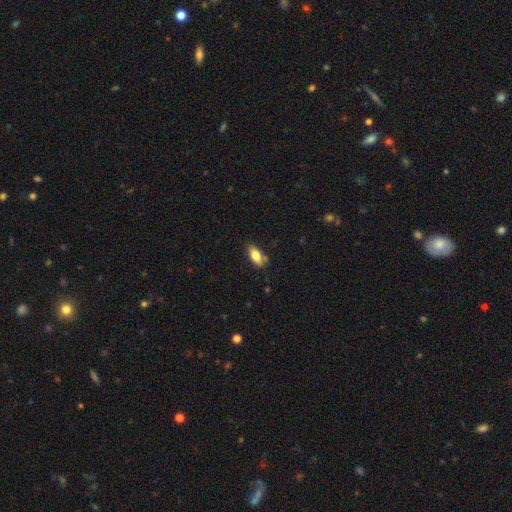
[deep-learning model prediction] This is likely a smooth galaxy (72%). How rounded: clearly in between (82%). Merging: likely none (74%).